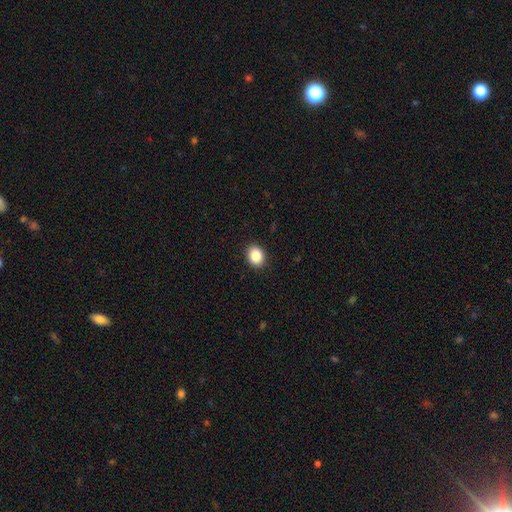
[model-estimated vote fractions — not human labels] smooth 87%, star or artifact 9%, featured or disk 4%. Down the decision tree: how rounded — round (50%); merging — none (91%).